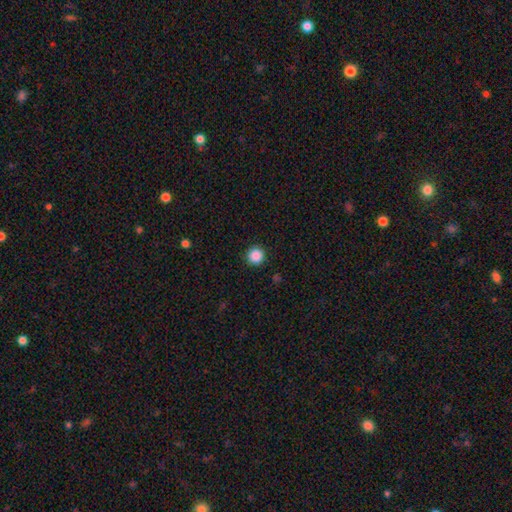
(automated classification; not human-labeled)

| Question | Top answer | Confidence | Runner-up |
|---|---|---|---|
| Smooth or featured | smooth | 87% | star or artifact (10%) |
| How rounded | round | 96% | in between (3%) |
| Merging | none | 92% | minor disturbance (5%) |